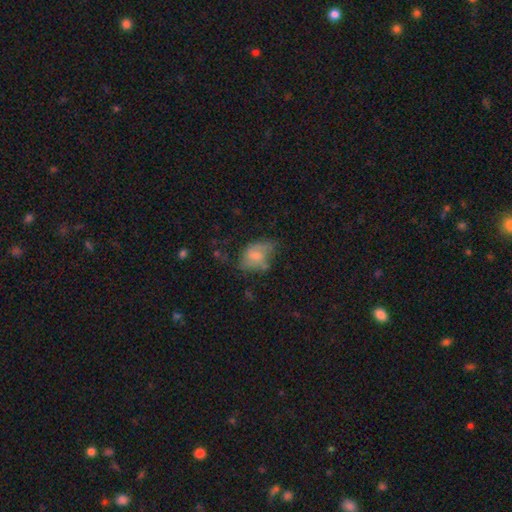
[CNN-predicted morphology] Smooth or featured? Predicted: smooth (p=0.61). How rounded? Predicted: in between (p=0.78). Merging? Predicted: none (p=0.33, tied with minor disturbance).